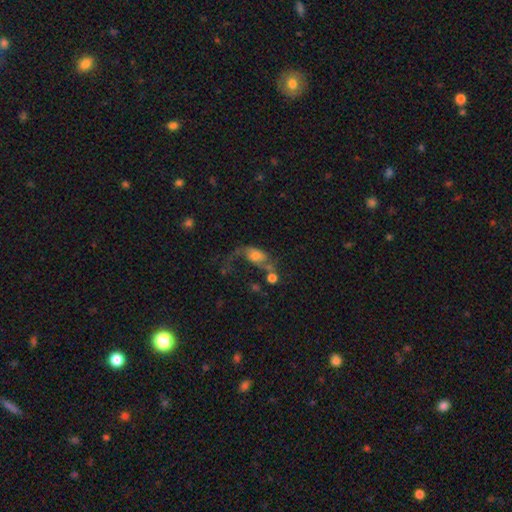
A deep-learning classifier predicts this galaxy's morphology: Smooth or featured?
  - smooth: 46% *
  - featured or disk: 42%
  - star or artifact: 12%
Merging?
  - major disturbance: 40% *
  - merger: 22%
  - none: 22%
  - minor disturbance: 16%